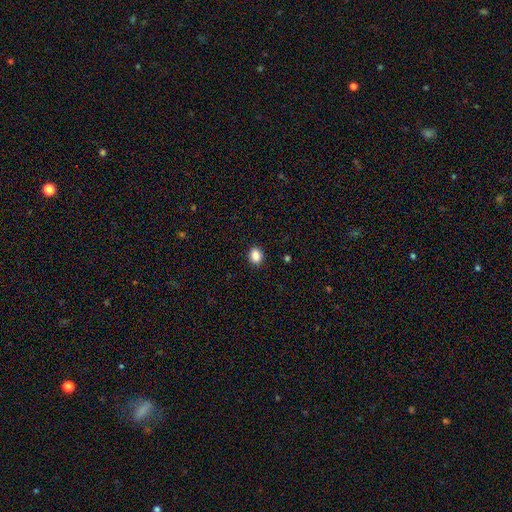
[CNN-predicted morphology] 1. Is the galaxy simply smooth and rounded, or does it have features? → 88% smooth, 9% star or artifact, 3% featured or disk.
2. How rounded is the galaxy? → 57% in between, 41% round, 1% cigar-shaped.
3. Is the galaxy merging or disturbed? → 90% none, 7% minor disturbance, 2% major disturbance, 1% merger.